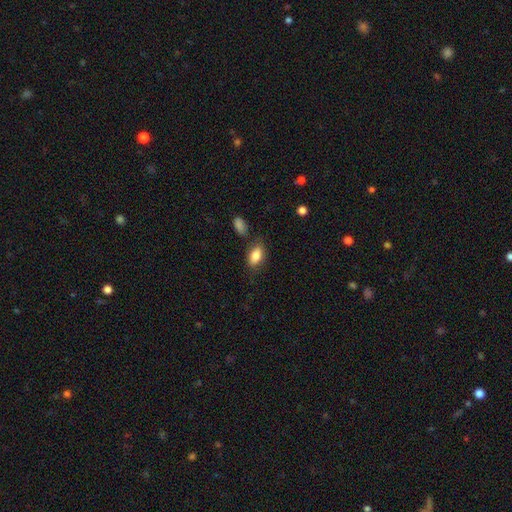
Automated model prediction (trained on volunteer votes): smooth-or-featured: smooth: 83% | featured or disk: 9% | star or artifact: 7%
  how-rounded: in between: 90% | round: 6% | cigar-shaped: 4%
  merging: none: 73% | minor disturbance: 17% | merger: 6% | major disturbance: 4%